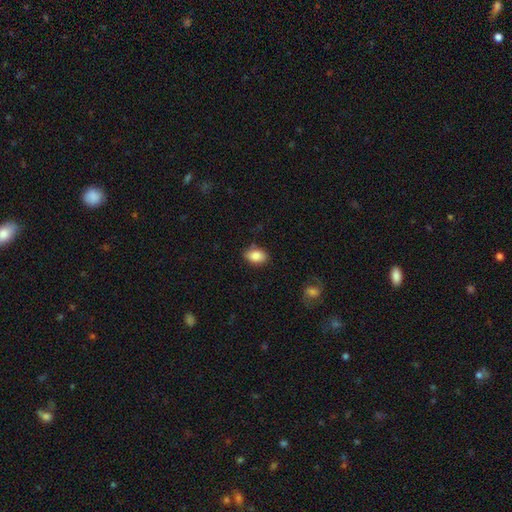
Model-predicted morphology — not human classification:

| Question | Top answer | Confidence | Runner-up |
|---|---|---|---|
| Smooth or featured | smooth | 87% | star or artifact (7%) |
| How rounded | in between | 85% | round (13%) |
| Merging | none | 80% | minor disturbance (15%) |